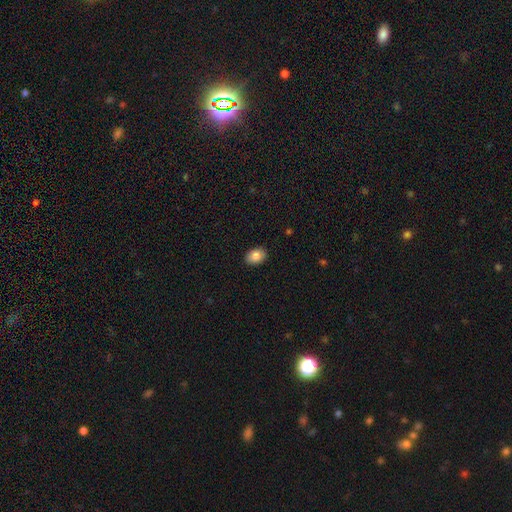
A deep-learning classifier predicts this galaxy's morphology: A smooth galaxy with no disk features (84%) that is in between round and cigar-shaped (80%). Merging: none (90%).